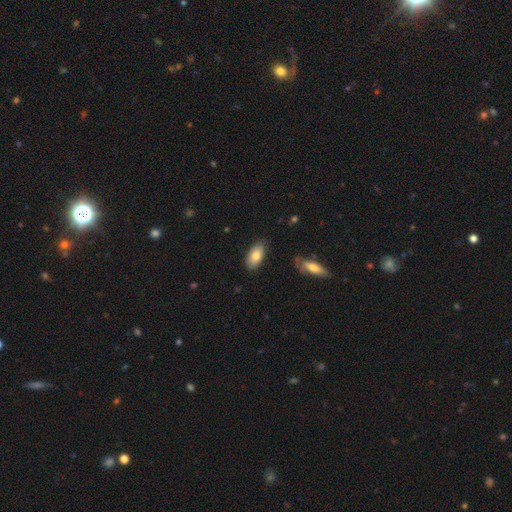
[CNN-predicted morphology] Smooth or featured?
  - smooth: 79% *
  - featured or disk: 14%
  - star or artifact: 6%
How rounded?
  - in between: 90% *
  - cigar-shaped: 7%
  - round: 2%
Merging?
  - none: 79% *
  - minor disturbance: 16%
  - major disturbance: 3%
  - merger: 2%